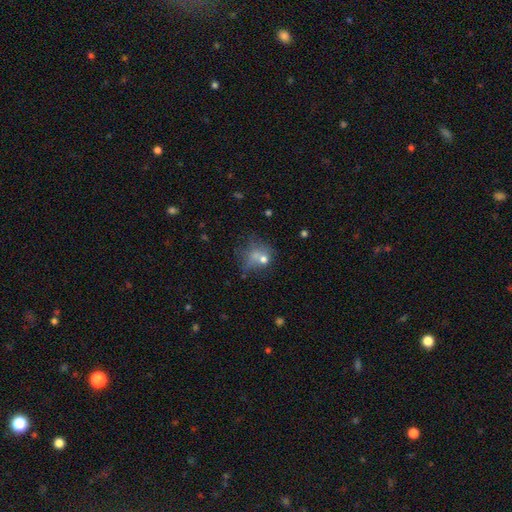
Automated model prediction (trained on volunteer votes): The model was most divided on "merging": none: 43%, major disturbance: 20%, minor disturbance: 19%, merger: 19%. More confident: how rounded — round (69%); smooth or featured — smooth (51%).